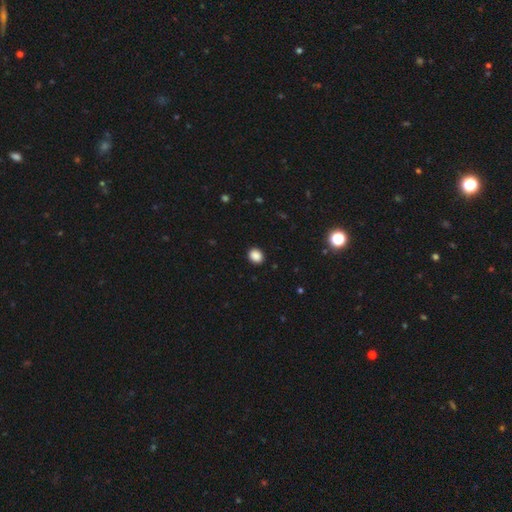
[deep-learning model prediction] This is clearly a smooth galaxy (88%). How rounded: likely round (61%). Merging: clearly none (91%).